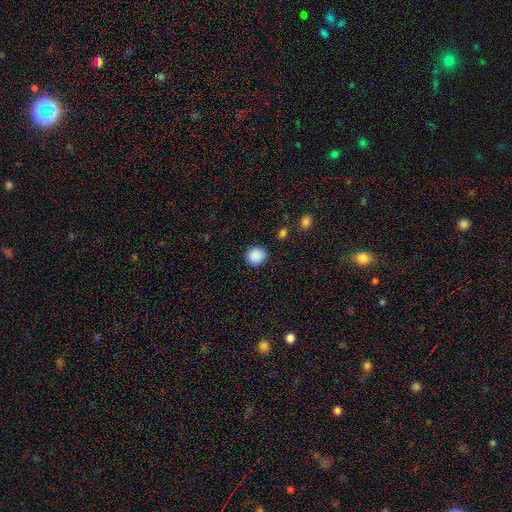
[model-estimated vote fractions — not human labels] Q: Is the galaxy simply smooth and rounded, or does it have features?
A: smooth — 89%.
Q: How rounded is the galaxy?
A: round — 84%.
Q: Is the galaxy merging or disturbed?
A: none — 89%.